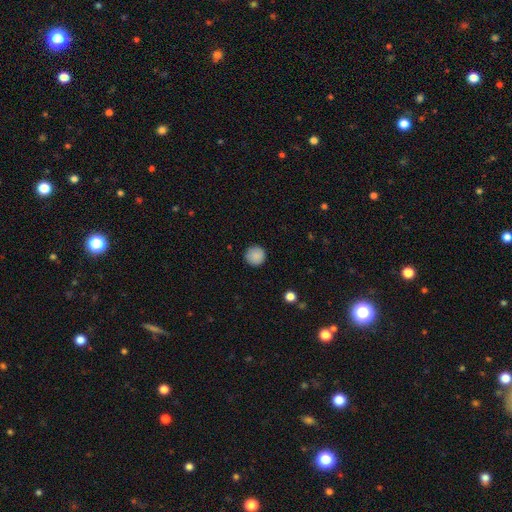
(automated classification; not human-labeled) This is clearly a smooth galaxy (88%). How rounded: clearly round (96%). Merging: clearly none (91%).